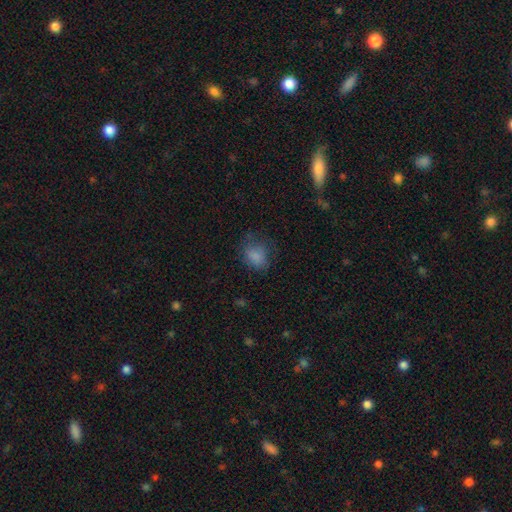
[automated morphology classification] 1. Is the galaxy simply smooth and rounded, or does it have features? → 80% smooth, 11% star or artifact, 9% featured or disk.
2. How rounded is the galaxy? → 55% round, 44% in between, 1% cigar-shaped.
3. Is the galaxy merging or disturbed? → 63% none, 22% minor disturbance, 13% major disturbance, 1% merger.